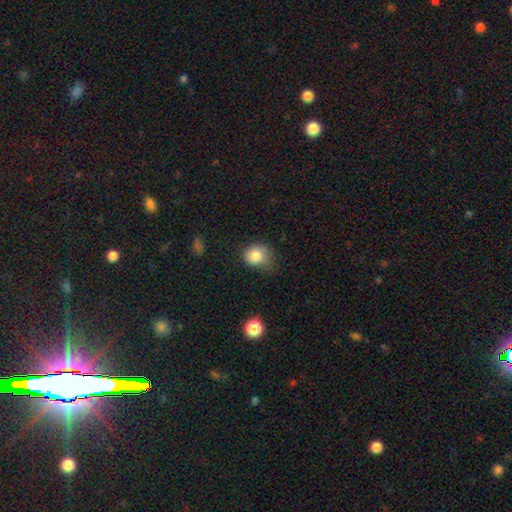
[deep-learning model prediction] smooth_or_featured: smooth (p=0.83) [alt: star or artifact p=0.10]
how_rounded: round (p=0.65) [alt: in between p=0.34]
merging: none (p=0.46) [alt: minor disturbance p=0.37]